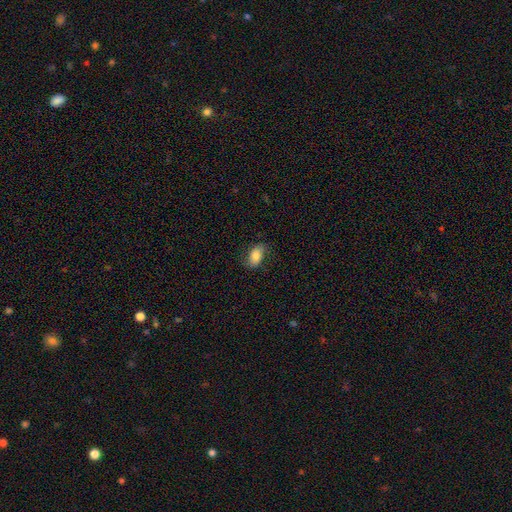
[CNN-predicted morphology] Smooth or featured? Predicted: smooth (p=0.74). How rounded? Predicted: in between (p=0.90). Merging? Predicted: none (p=0.74).